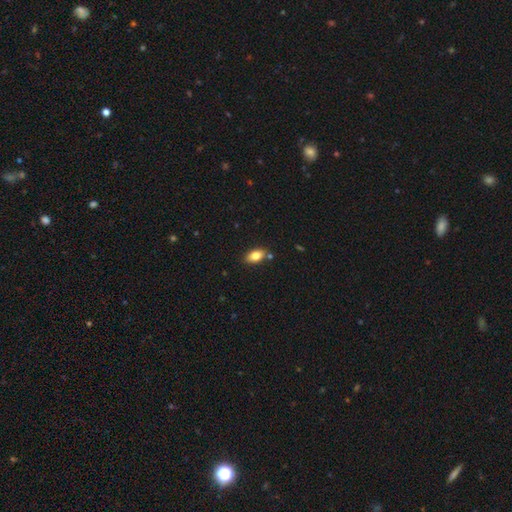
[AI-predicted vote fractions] Overall: smooth (79%). How rounded: in between (89%). Merging: none (82%).